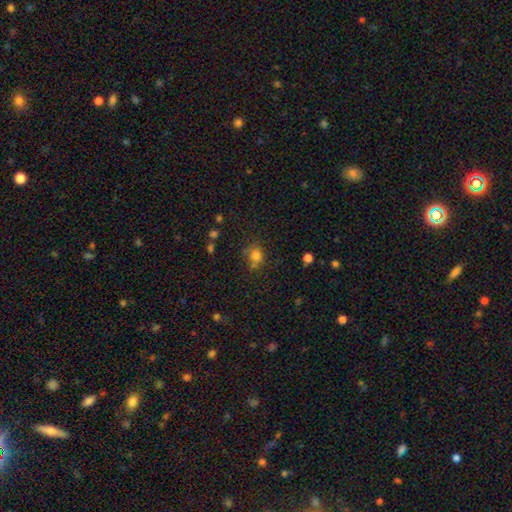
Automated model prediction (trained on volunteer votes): smooth 76%, star or artifact 16%, featured or disk 8%. Down the decision tree: how rounded — round (66%); merging — none (56%).